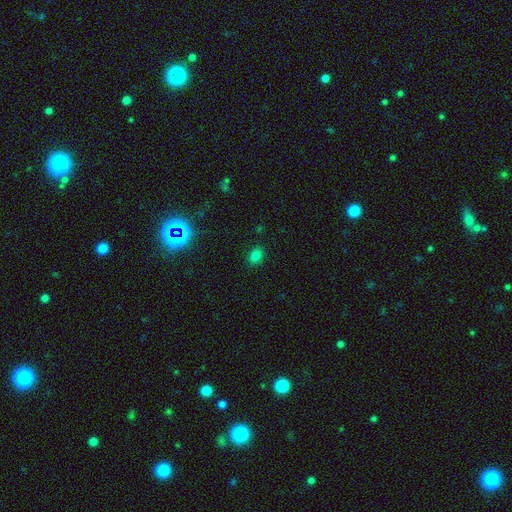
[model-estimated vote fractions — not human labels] Smooth or featured: smooth — 77% (star or artifact — 18%)
How rounded: in between — 66% (round — 33%)
Merging: none — 86% (minor disturbance — 10%)